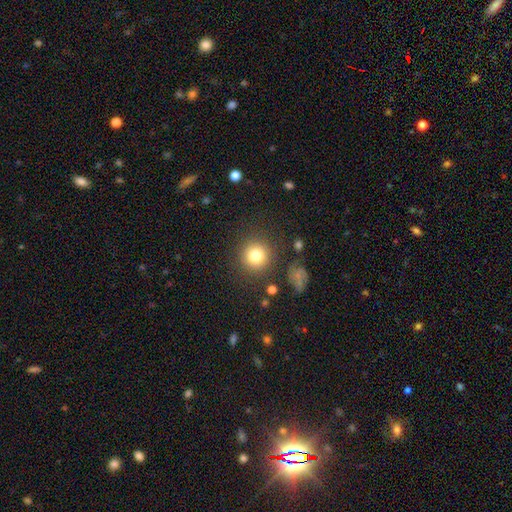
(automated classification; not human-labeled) Smooth or featured? Predicted: smooth (p=0.81). How rounded? Predicted: round (p=0.93). Merging? Predicted: none (p=0.86).